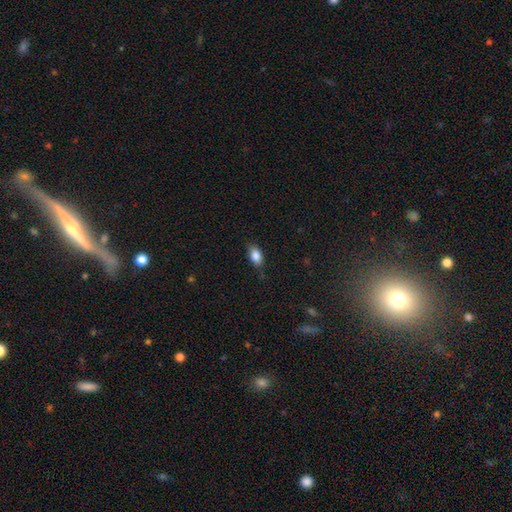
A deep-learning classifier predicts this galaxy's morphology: This is clearly a smooth galaxy (86%). How rounded: clearly in between (89%). Merging: likely none (79%).